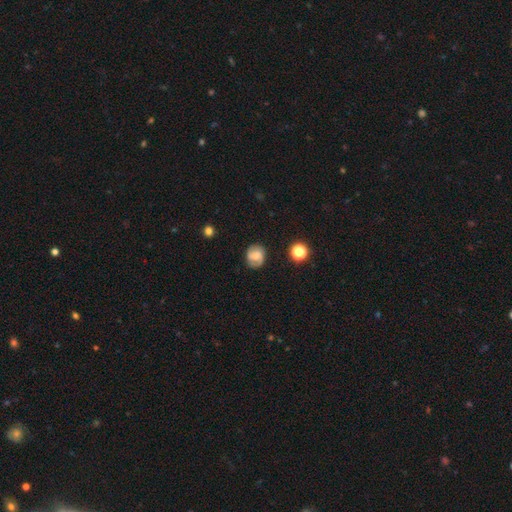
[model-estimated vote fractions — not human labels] The model was most divided on "smooth or featured": featured or disk: 46%, smooth: 45%, star or artifact: 10%. More confident: merging — none (75%).